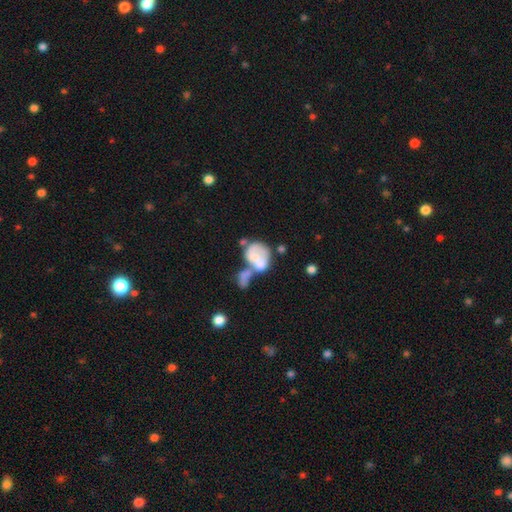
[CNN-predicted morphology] type=smooth (46%); merging=merger (60%).